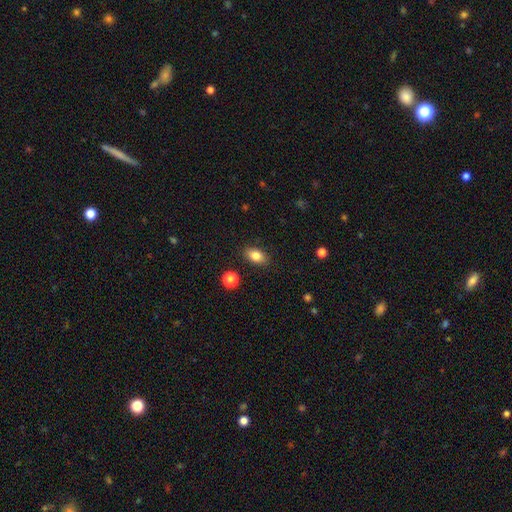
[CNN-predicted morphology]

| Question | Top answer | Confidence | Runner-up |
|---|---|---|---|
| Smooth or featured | smooth | 82% | star or artifact (9%) |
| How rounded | in between | 85% | round (12%) |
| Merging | none | 87% | minor disturbance (9%) |